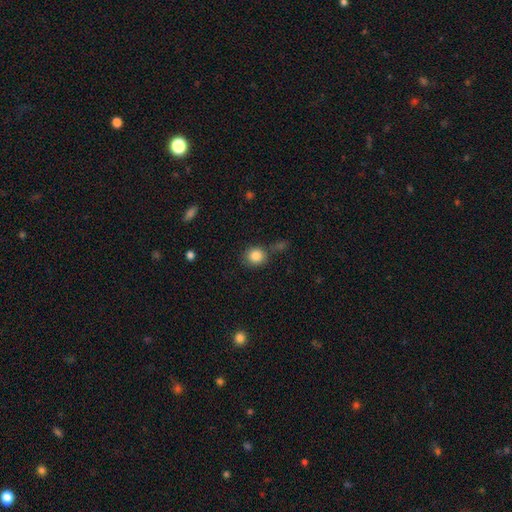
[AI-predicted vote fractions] smooth-or-featured: smooth: 86% | star or artifact: 9% | featured or disk: 5%
  how-rounded: round: 82% | in between: 17% | cigar-shaped: 1%
  merging: none: 69% | minor disturbance: 14% | merger: 11% | major disturbance: 5%